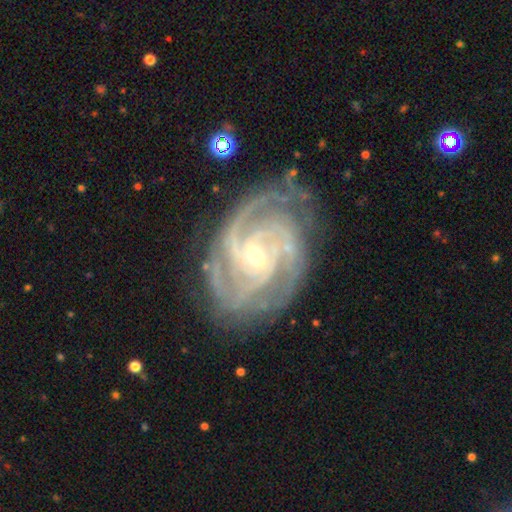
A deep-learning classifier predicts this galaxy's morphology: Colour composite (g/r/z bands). It shows a featured or disk galaxy (92%) with a weak bar (42%), 3 (31%) tight (67%) spiral arms (99%) and a small central bulge (66%). Merging: none (76%).